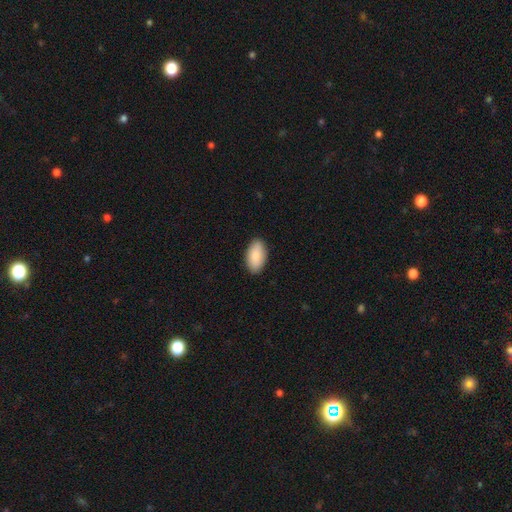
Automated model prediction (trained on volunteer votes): Smooth or featured? smooth (87%)
How rounded? in between (95%)
Merging? none (88%)